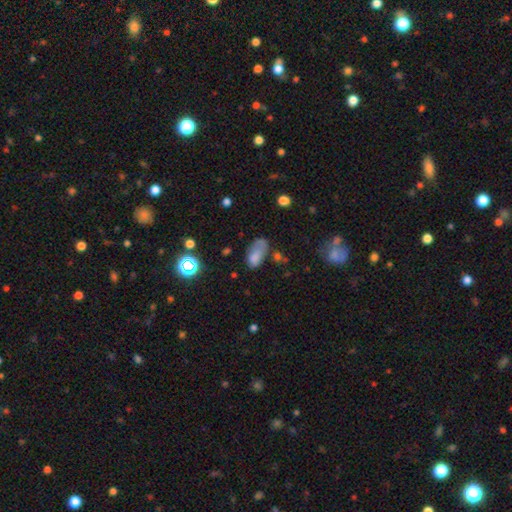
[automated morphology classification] Smooth or featured?
  - smooth: 72% *
  - featured or disk: 16%
  - star or artifact: 13%
How rounded?
  - in between: 91% *
  - round: 5%
  - cigar-shaped: 4%
Merging?
  - none: 36% *
  - minor disturbance: 30%
  - major disturbance: 25%
  - merger: 9%